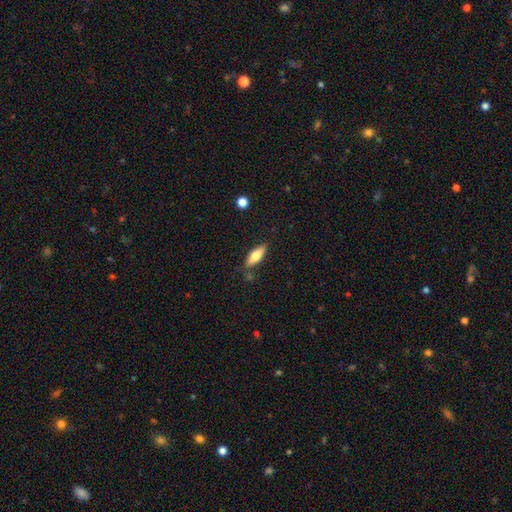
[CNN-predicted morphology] Q: Smooth or featured?
A: smooth (66%); runner-up: featured or disk (28%)
Q: How rounded?
A: in between (56%); runner-up: cigar-shaped (42%)
Q: Merging?
A: none (81%); runner-up: minor disturbance (13%)